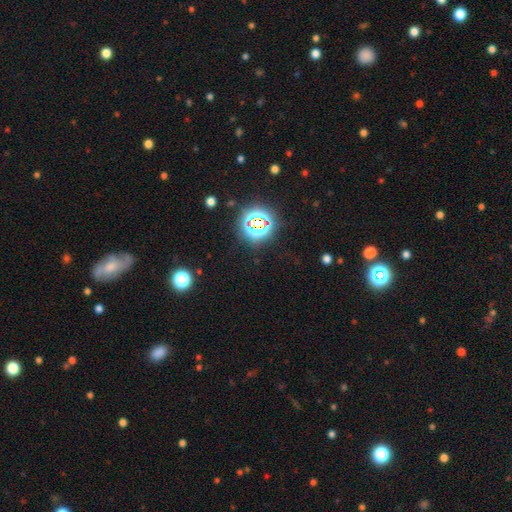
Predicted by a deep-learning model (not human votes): Overall: star or artifact (79%).